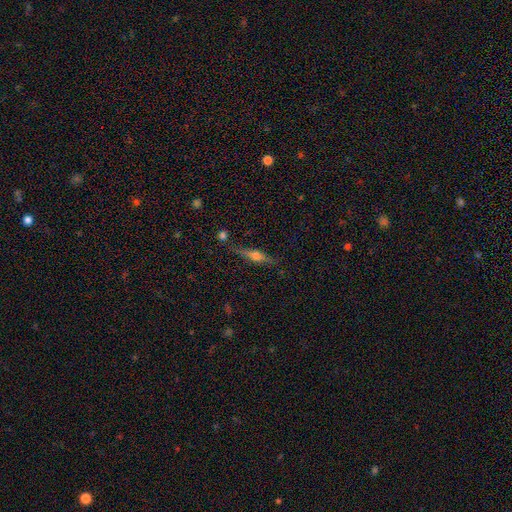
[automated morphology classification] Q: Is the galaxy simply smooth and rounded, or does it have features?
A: featured or disk — 58%.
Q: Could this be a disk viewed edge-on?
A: yes — 93%.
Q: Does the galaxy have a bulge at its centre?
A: rounded — 89%.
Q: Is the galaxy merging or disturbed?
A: none — 76%.